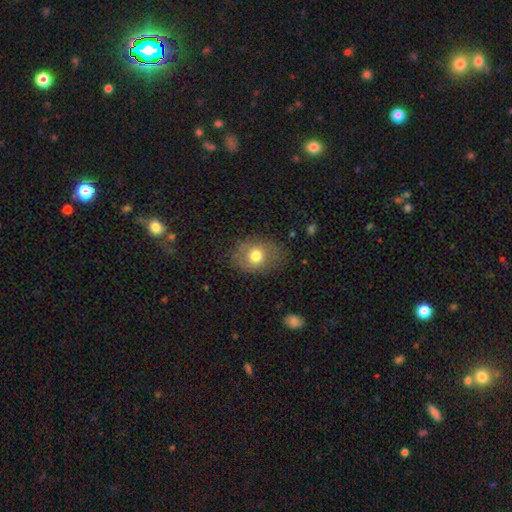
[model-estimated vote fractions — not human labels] smooth-or-featured: smooth: 69% | featured or disk: 22% | star or artifact: 9%
  how-rounded: in between: 59% | round: 40% | cigar-shaped: 1%
  merging: none: 70% | minor disturbance: 20% | major disturbance: 9% | merger: 1%